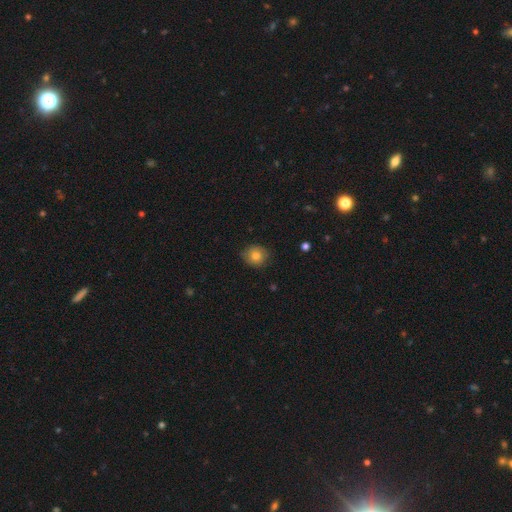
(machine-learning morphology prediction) A smooth galaxy with no disk features (80%) that is round (82%).

Vote fractions:
- Smooth or featured? smooth: 80% / featured or disk: 10% / star or artifact: 10%
- How rounded? round: 82% / in between: 17% / cigar-shaped: 1%
- Merging? none: 81% / minor disturbance: 15% / major disturbance: 3% / merger: 1%